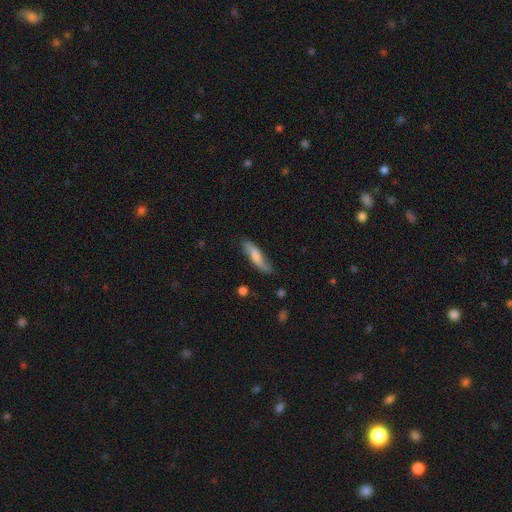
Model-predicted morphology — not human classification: This appears to be a smooth galaxy with no disk features (58%) that is cigar-shaped (66%). Merging: none (73%).